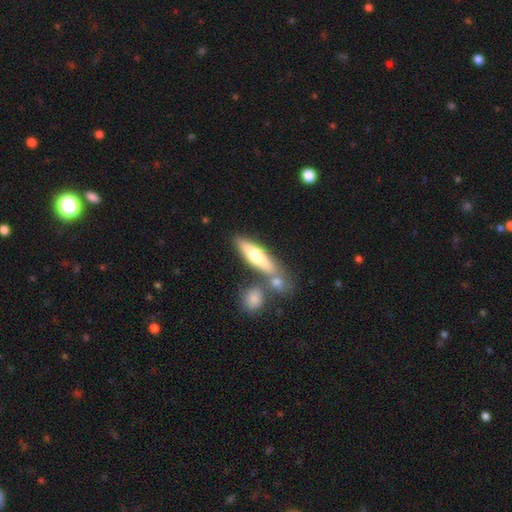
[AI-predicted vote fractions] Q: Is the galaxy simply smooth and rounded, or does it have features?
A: smooth — 61%.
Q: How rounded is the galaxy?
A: cigar-shaped — 60%.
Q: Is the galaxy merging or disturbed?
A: none — 59%.